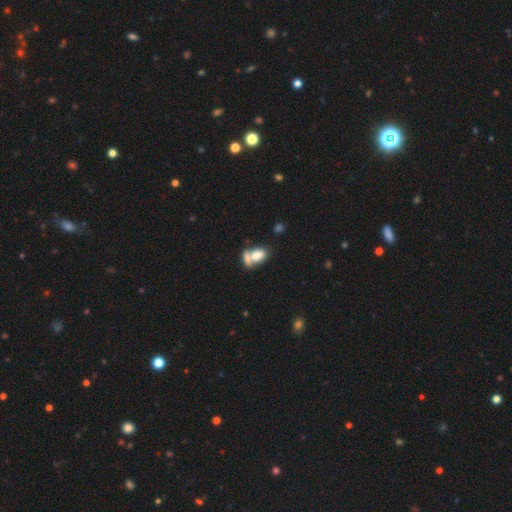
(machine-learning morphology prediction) This appears to be a smooth galaxy with no disk features (75%) that is in between round and cigar-shaped (83%). Merging: merger (60%).